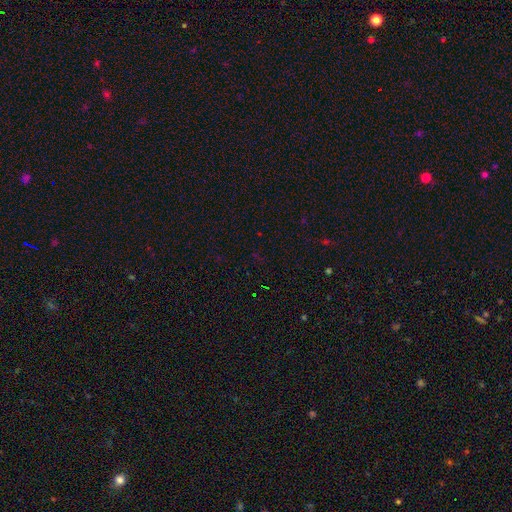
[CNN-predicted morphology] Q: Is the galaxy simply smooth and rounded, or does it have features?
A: star or artifact — 72%.